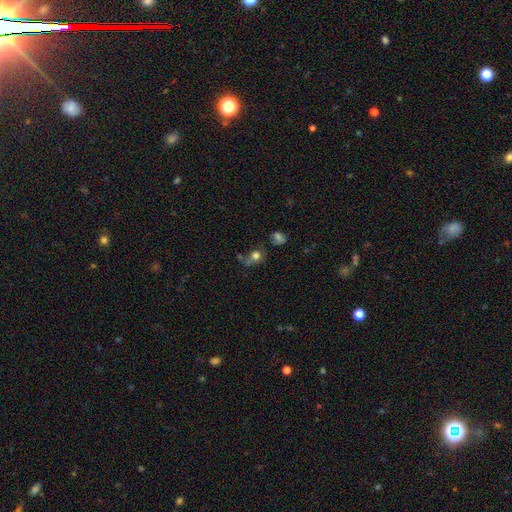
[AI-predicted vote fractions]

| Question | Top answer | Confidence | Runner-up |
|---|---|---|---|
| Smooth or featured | smooth | 69% | star or artifact (16%) |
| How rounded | round | 64% | in between (34%) |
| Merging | none | 39% | merger (21%) |